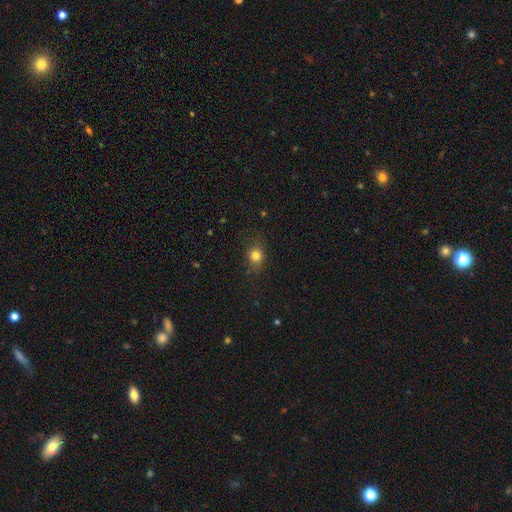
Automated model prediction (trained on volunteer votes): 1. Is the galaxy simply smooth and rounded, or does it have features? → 80% smooth, 13% star or artifact, 7% featured or disk.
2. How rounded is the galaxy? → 61% round, 38% in between, 2% cigar-shaped.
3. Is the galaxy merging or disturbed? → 79% none, 15% minor disturbance, 5% major disturbance, 1% merger.